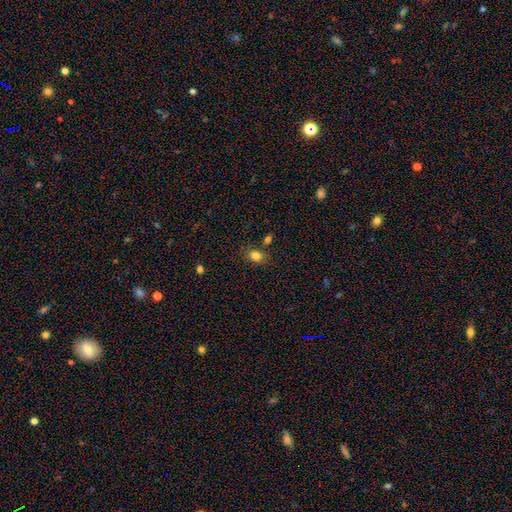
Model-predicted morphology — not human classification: The model was most divided on "how rounded": in between: 63%, round: 36%, cigar-shaped: 1%. More confident: smooth or featured — smooth (82%); merging — none (76%).